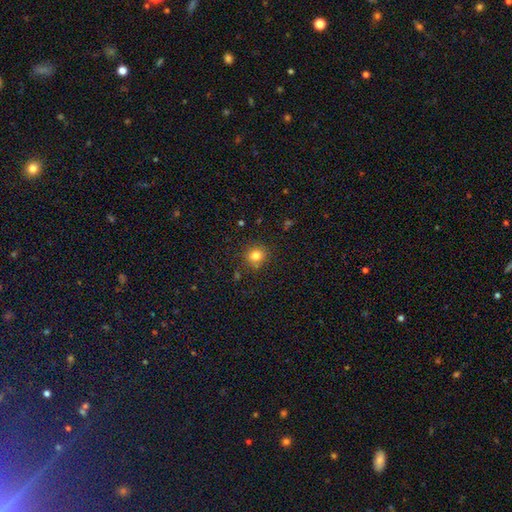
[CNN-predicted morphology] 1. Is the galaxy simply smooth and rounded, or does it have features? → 80% smooth, 14% star or artifact, 7% featured or disk.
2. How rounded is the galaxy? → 84% round, 15% in between, 1% cigar-shaped.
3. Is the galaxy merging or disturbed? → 81% none, 12% minor disturbance, 3% merger, 3% major disturbance.